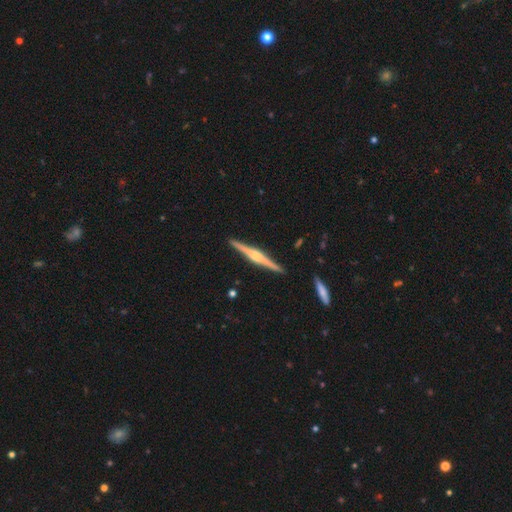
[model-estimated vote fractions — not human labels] Overall: featured or disk (83%). Edge-on disk: yes (99%). Edge-on bulge: rounded (77%). Merging: none (92%).